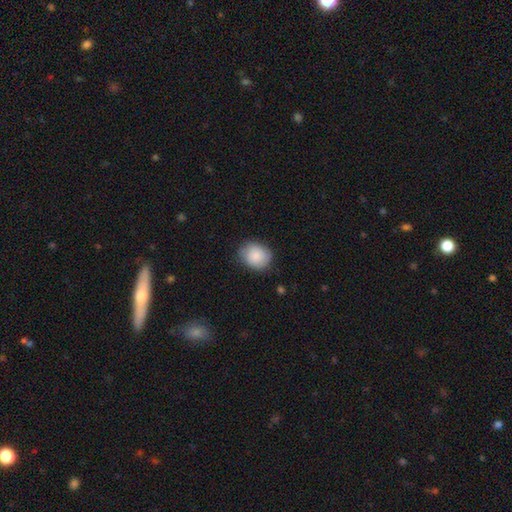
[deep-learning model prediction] Smooth or featured: smooth — 86% (featured or disk — 7%)
How rounded: round — 62% (in between — 37%)
Merging: none — 76% (minor disturbance — 19%)